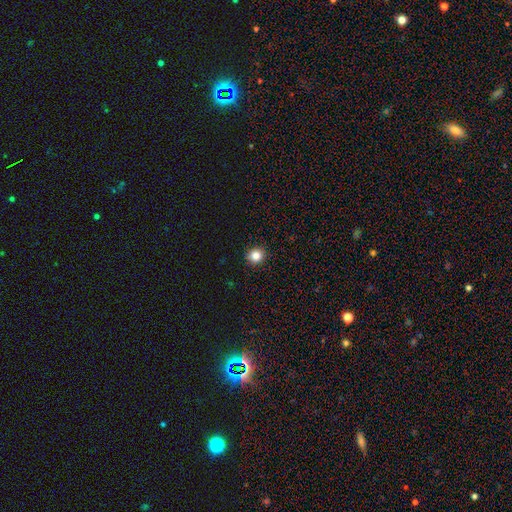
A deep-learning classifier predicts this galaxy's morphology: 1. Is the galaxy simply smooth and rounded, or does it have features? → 84% smooth, 11% star or artifact, 4% featured or disk.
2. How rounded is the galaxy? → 91% round, 8% in between, 1% cigar-shaped.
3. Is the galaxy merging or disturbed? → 92% none, 5% minor disturbance, 2% major disturbance, 1% merger.